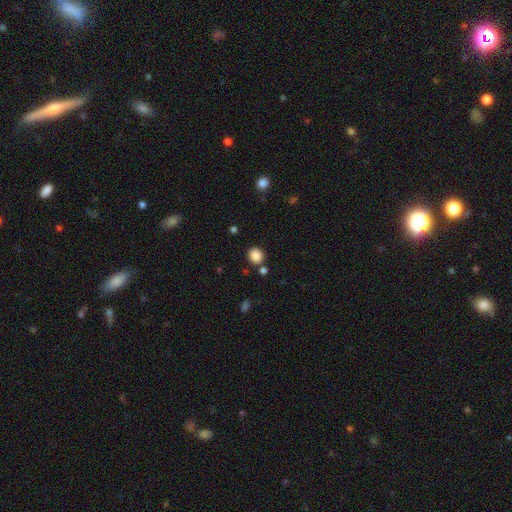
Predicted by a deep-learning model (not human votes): This appears to be a smooth galaxy with no disk features (86%) that is round (83%). Merging: none (82%).